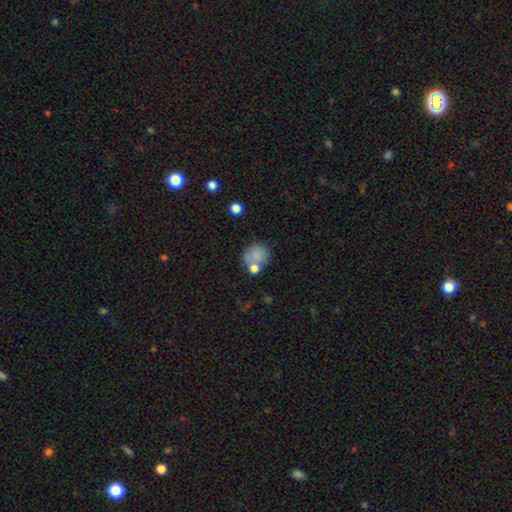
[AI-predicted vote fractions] A smooth galaxy with no disk features (78%) that is round (71%).

Vote fractions:
- Smooth or featured? smooth: 78% / featured or disk: 13% / star or artifact: 10%
- How rounded? round: 71% / in between: 28% / cigar-shaped: 1%
- Merging? none: 51% / merger: 24% / minor disturbance: 17% / major disturbance: 8%